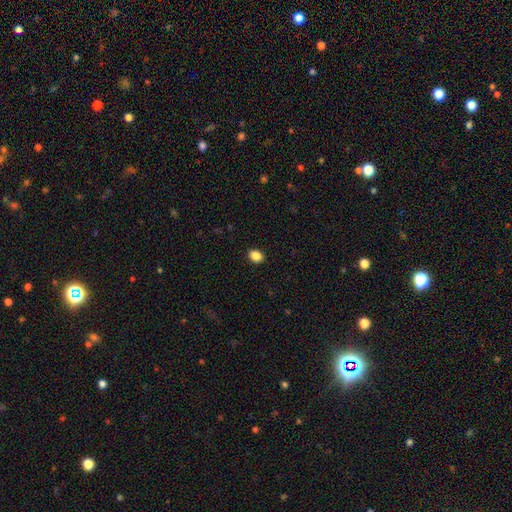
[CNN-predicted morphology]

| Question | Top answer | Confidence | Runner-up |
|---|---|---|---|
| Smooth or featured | smooth | 88% | star or artifact (9%) |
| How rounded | in between | 57% | round (42%) |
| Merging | none | 91% | minor disturbance (6%) |